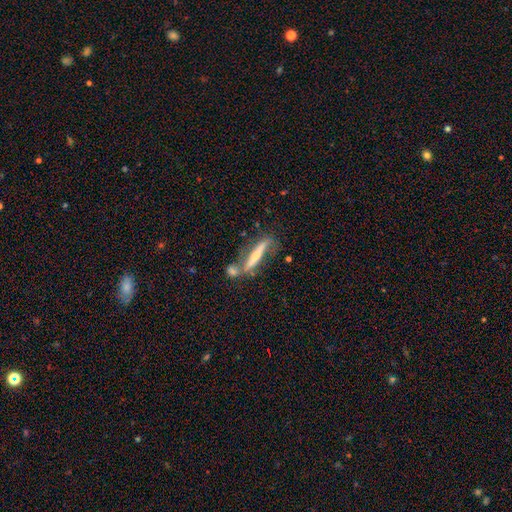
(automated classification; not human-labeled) A featured or disk galaxy (55%) viewed edge-on (79%).

Vote fractions:
- Smooth or featured? featured or disk: 55% / smooth: 38% / star or artifact: 7%
- Edge-on disk? yes: 79% / no: 21%
- Merging? none: 49% / merger: 25% / minor disturbance: 17% / major disturbance: 9%